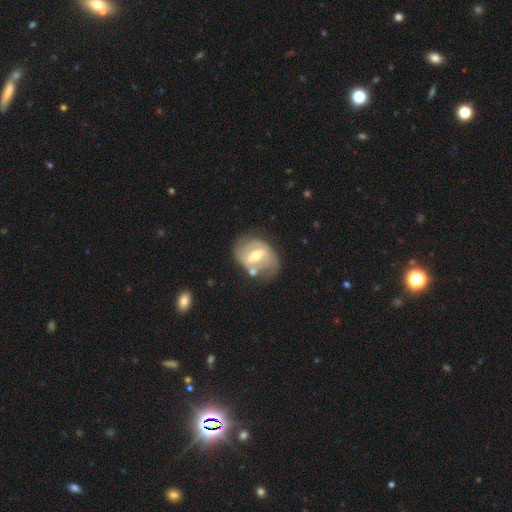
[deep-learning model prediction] featured or disk 76%, smooth 19%, star or artifact 6%. Down the decision tree: edge-on disk — no (95%); bar — strong (53%); spiral arms — yes (69%); bulge size — moderate (69%); merging — none (58%).